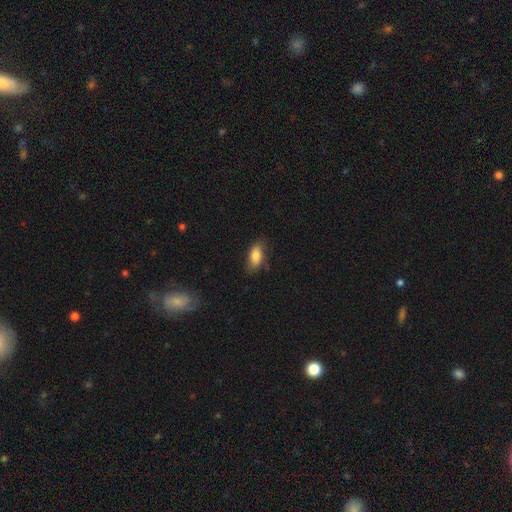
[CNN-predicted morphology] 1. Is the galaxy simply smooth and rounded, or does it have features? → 81% smooth, 12% featured or disk, 7% star or artifact.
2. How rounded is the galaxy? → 87% in between, 9% cigar-shaped, 4% round.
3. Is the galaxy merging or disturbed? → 73% none, 21% minor disturbance, 5% major disturbance, 2% merger.